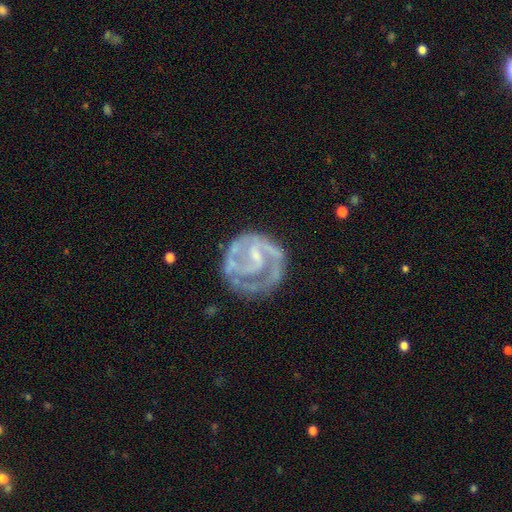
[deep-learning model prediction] Smooth or featured? Predicted: featured or disk (p=0.84). Edge-on disk? Predicted: no (p=0.98). Bar? Predicted: weak (p=0.46). Spiral arms? Predicted: yes (p=0.89). Spiral winding? Predicted: tight (p=0.51). Spiral arm count? Predicted: 2 (p=0.49). Bulge size? Predicted: small (p=0.57). Merging? Predicted: none (p=0.59).